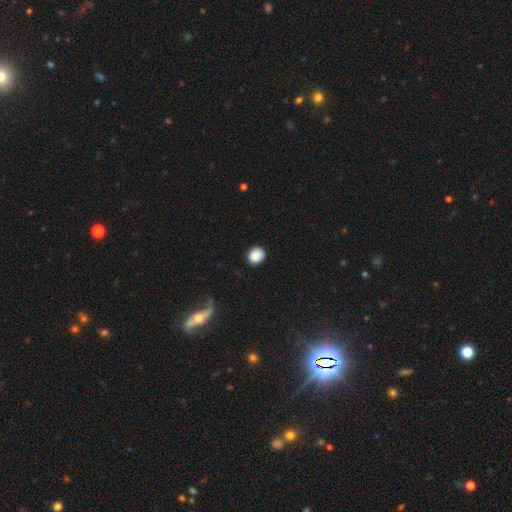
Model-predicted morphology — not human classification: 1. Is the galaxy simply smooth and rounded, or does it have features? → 89% smooth, 8% star or artifact, 3% featured or disk.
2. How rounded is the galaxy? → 74% round, 25% in between, 1% cigar-shaped.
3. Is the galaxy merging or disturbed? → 88% none, 8% minor disturbance, 2% major disturbance, 1% merger.